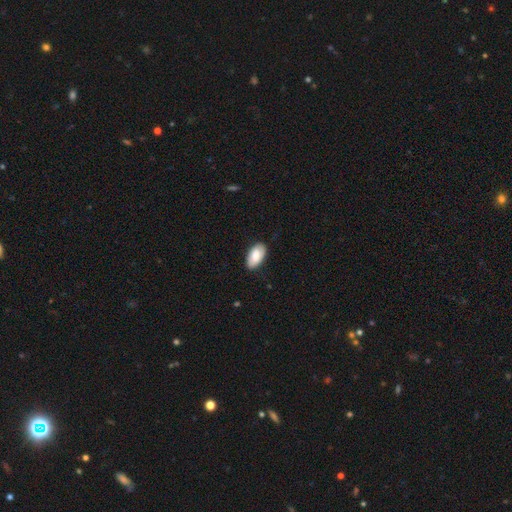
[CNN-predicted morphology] This is clearly a smooth galaxy (81%). How rounded: clearly in between (95%). Merging: clearly none (83%).